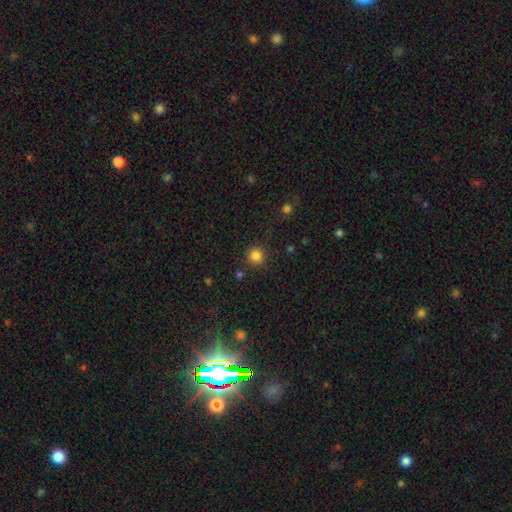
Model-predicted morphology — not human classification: Overall: smooth (83%). How rounded: round (94%). Merging: none (88%).